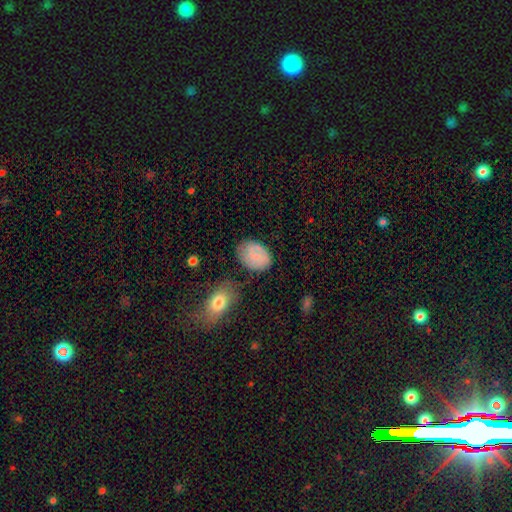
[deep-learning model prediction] smooth_or_featured: smooth (p=0.67) [alt: featured or disk p=0.25]
how_rounded: in between (p=0.78) [alt: round p=0.21]
merging: none (p=0.67) [alt: minor disturbance p=0.22]